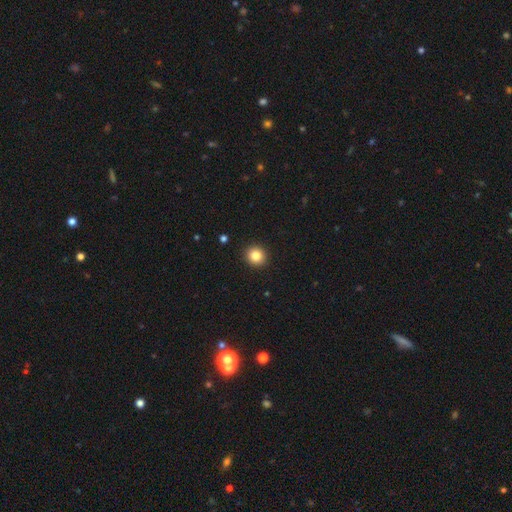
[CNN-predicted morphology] Overall: smooth (84%). How rounded: round (89%). Merging: none (93%).